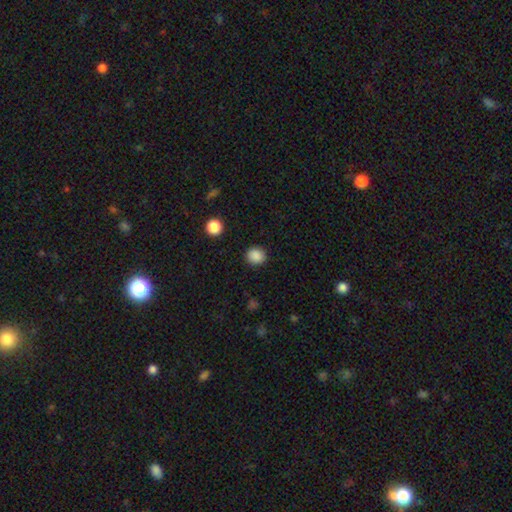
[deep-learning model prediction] smooth 87%, star or artifact 10%, featured or disk 3%. Down the decision tree: how rounded — round (83%); merging — none (90%).